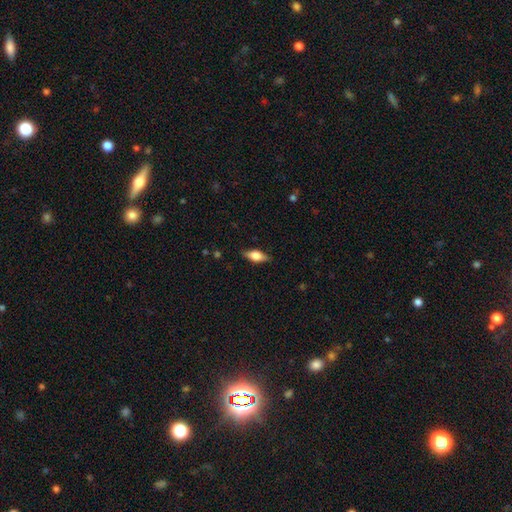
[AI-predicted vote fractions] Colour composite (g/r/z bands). It shows a smooth galaxy with no disk features (56%) that is in between round and cigar-shaped (76%). Merging: none (84%).